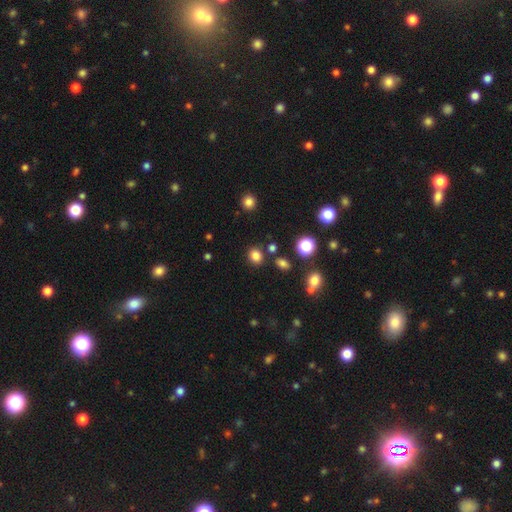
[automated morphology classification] The model was most divided on "how rounded": round: 70%, in between: 29%, cigar-shaped: 1%. More confident: merging — none (83%); smooth or featured — smooth (81%).